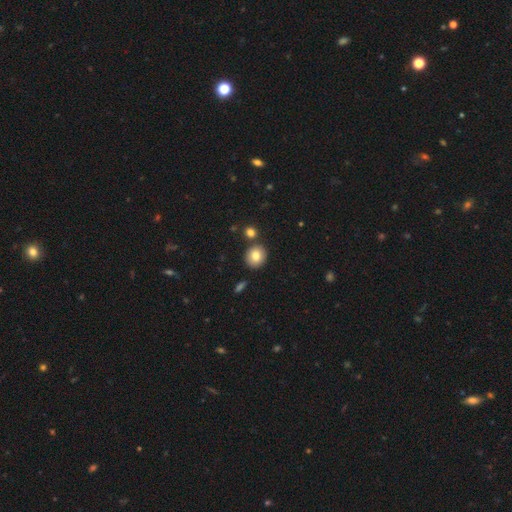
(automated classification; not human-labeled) Smooth or featured? smooth (81%)
How rounded? round (82%)
Merging? none (82%)